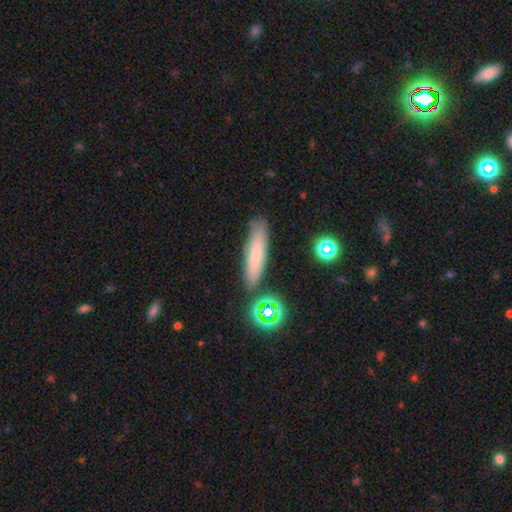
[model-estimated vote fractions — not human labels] This is likely a smooth galaxy (69%). How rounded: likely cigar-shaped (78%). Merging: clearly none (82%).